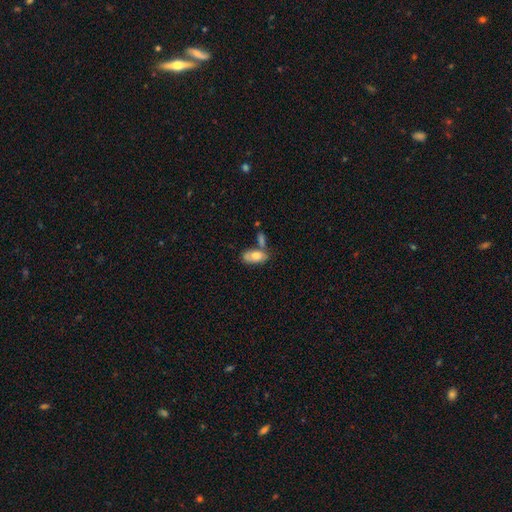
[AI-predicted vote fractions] smooth 74%, featured or disk 20%, star or artifact 6%. Down the decision tree: how rounded — in between (92%); merging — none (49%).